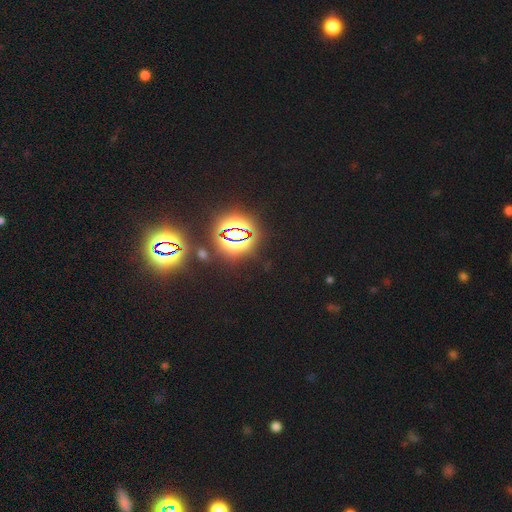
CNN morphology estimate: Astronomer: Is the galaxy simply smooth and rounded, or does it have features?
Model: star or artifact — 80%.